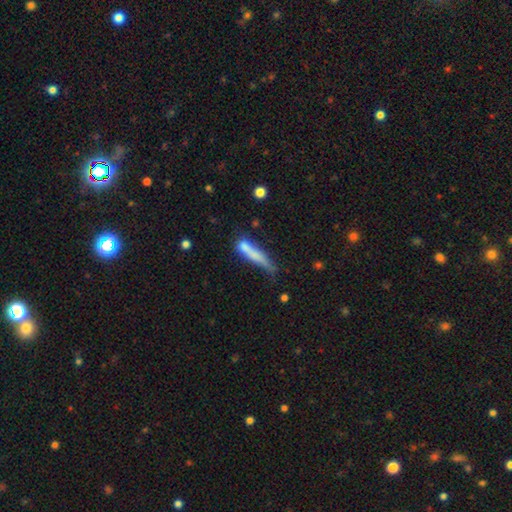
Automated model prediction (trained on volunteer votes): smooth 65%, featured or disk 27%, star or artifact 8%. Down the decision tree: how rounded — cigar-shaped (86%); merging — none (42%).